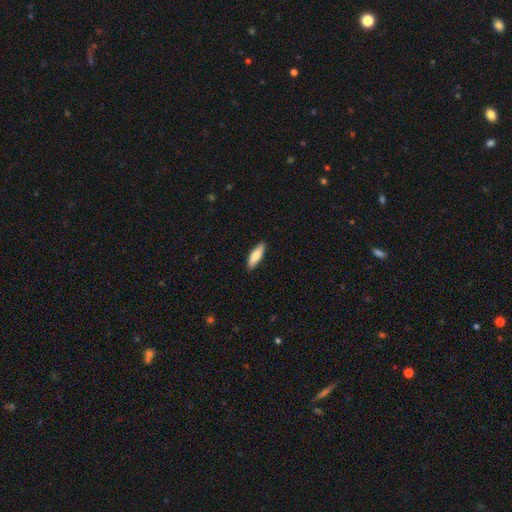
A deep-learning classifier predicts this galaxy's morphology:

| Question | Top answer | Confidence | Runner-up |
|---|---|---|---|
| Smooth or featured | smooth | 80% | featured or disk (15%) |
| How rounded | cigar-shaped | 52% | in between (47%) |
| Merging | none | 89% | minor disturbance (9%) |